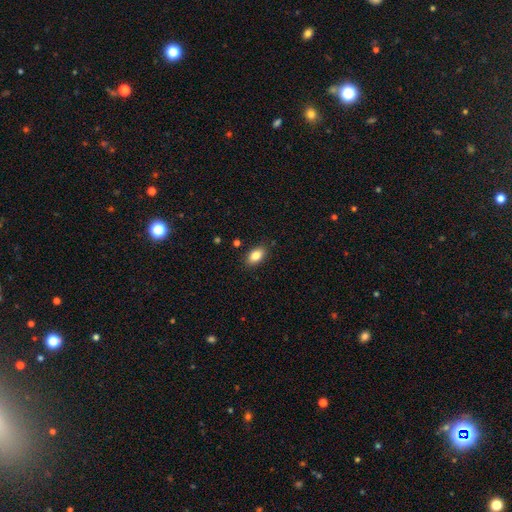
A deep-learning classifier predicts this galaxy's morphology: Smooth or featured? smooth (84%)
How rounded? in between (90%)
Merging? none (87%)